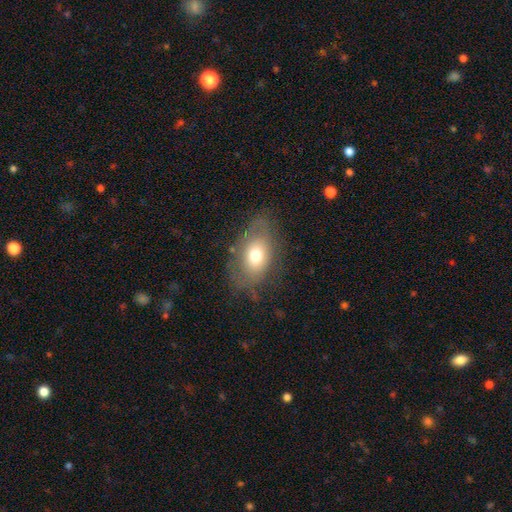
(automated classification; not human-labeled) Smooth or featured? Predicted: smooth (p=0.65). How rounded? Predicted: in between (p=0.85). Merging? Predicted: none (p=0.67).